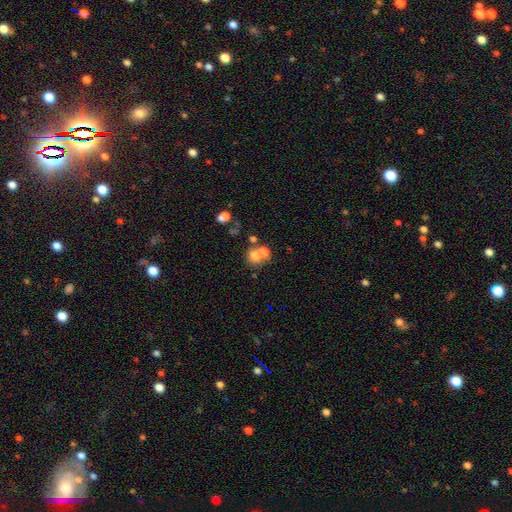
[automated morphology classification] This appears to be a smooth galaxy with no disk features (68%) that is round (76%). Merging: merger (49%).